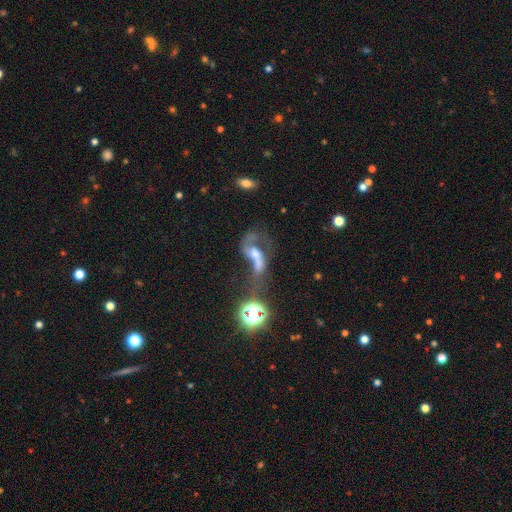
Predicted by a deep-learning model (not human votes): Smooth or featured?
  - featured or disk: 62% *
  - smooth: 21%
  - star or artifact: 16%
Edge-on disk?
  - no: 94% *
  - yes: 6%
Bar?
  - no: 56% *
  - weak: 30%
  - strong: 14%
Spiral arms?
  - yes: 68% *
  - no: 32%
Bulge size?
  - moderate: 37% *
  - small: 24%
  - none: 21%
  - large: 14%
  - dominant: 3%
Merging?
  - merger: 45% *
  - major disturbance: 30%
  - none: 16%
  - minor disturbance: 9%